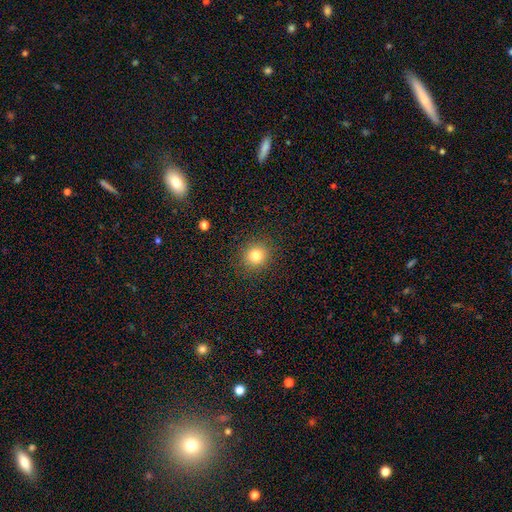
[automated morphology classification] A smooth galaxy with no disk features (80%) that is round (89%). Merging: none (90%).